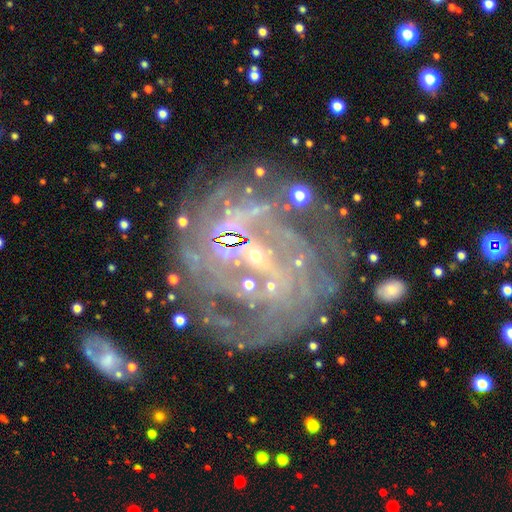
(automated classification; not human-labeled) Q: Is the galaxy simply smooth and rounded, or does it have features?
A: featured or disk — 84%.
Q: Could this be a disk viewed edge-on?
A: no — 97%.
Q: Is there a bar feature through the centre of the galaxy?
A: no — 37%.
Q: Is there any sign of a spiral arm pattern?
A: yes — 91%.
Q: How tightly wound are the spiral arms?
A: tight — 62%.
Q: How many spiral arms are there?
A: can't tell — 30%.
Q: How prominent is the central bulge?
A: small — 76%.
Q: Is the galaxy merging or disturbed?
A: none — 62%.